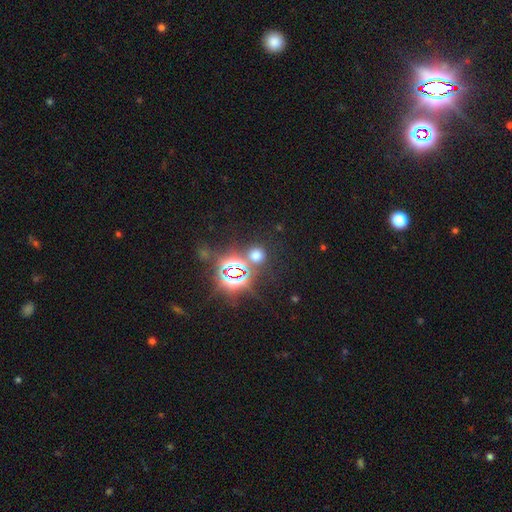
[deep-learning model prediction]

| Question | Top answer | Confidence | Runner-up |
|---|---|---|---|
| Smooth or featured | smooth | 51% | star or artifact (43%) |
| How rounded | round | 87% | in between (12%) |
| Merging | none | 77% | merger (11%) |